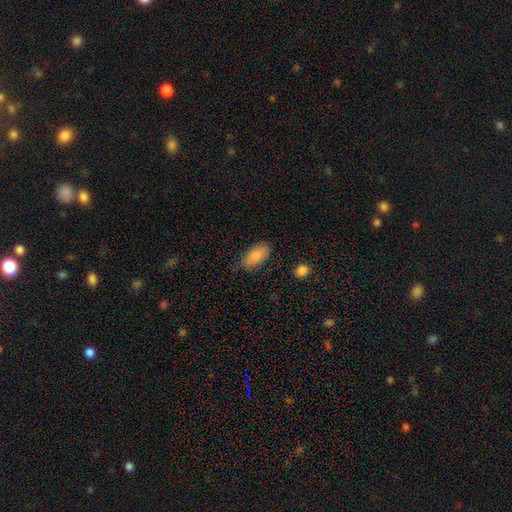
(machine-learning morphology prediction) smooth_or_featured: smooth (p=0.83) [alt: featured or disk p=0.10]
how_rounded: in between (p=0.93) [alt: cigar-shaped p=0.04]
merging: none (p=0.78) [alt: minor disturbance p=0.17]